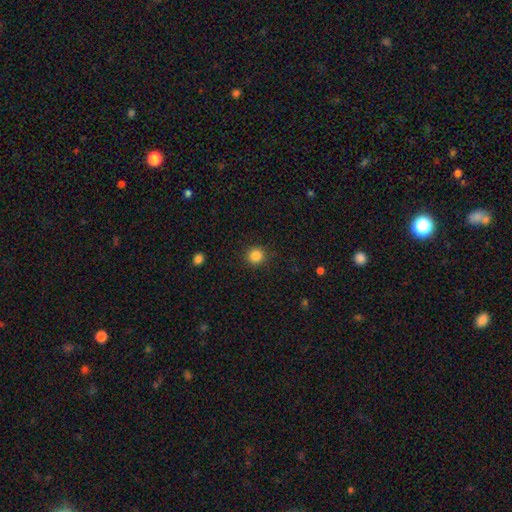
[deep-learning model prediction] smooth-or-featured: smooth: 85% | star or artifact: 11% | featured or disk: 4%
  how-rounded: round: 93% | in between: 6% | cigar-shaped: 1%
  merging: none: 90% | minor disturbance: 6% | major disturbance: 2% | merger: 1%